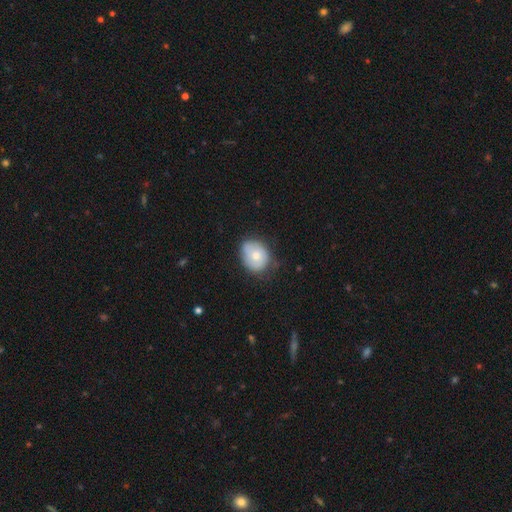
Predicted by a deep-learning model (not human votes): This is likely a smooth galaxy (70%). How rounded: possibly round (52%). Merging: likely none (61%).